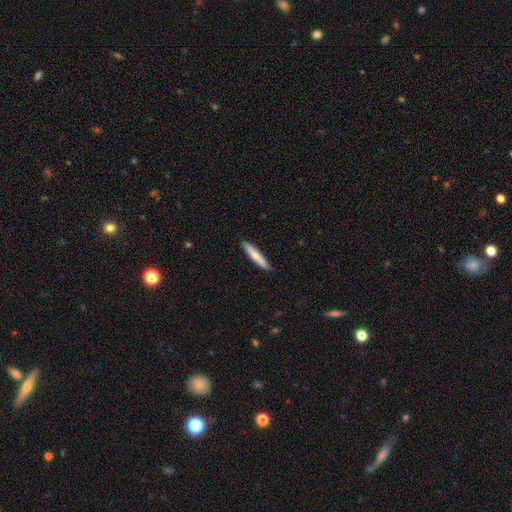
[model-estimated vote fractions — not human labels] A smooth galaxy with no disk features (73%) that is cigar-shaped (92%). Merging: none (90%).